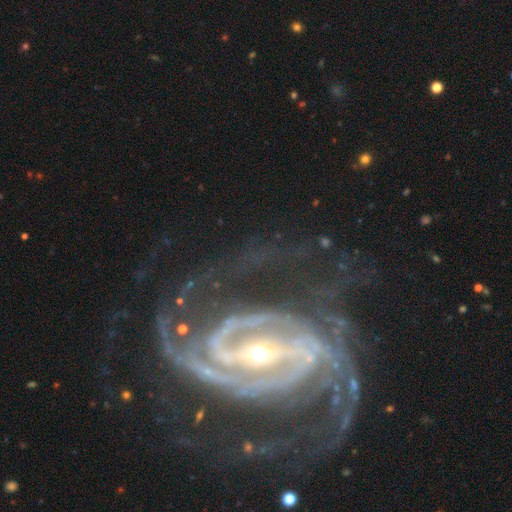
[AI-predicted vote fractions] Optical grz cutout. It shows a featured or disk galaxy (92%) with a strong bar (67%), 2 (40%) tight (45%) spiral arms (98%) and a small central bulge (69%). Merging: none (56%).